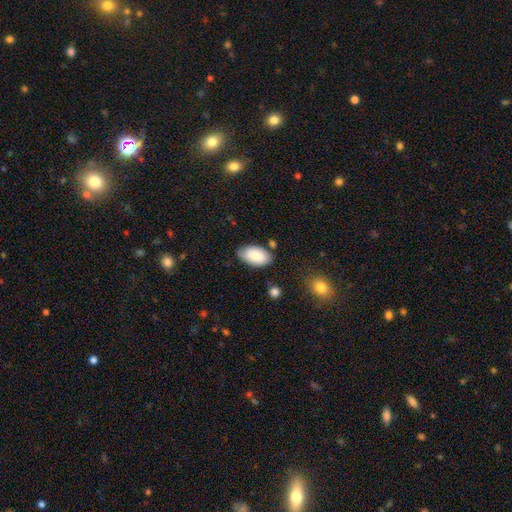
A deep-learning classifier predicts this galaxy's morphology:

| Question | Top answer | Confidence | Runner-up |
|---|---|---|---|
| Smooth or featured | smooth | 85% | featured or disk (9%) |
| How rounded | in between | 95% | round (4%) |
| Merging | none | 75% | minor disturbance (18%) |